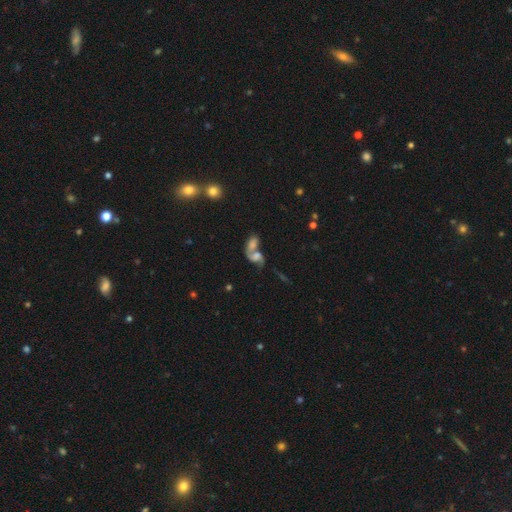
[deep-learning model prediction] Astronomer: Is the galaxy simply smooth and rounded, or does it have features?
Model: featured or disk — 45% (runner-up: smooth, 43%).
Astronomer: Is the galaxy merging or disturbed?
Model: merger — 71%.